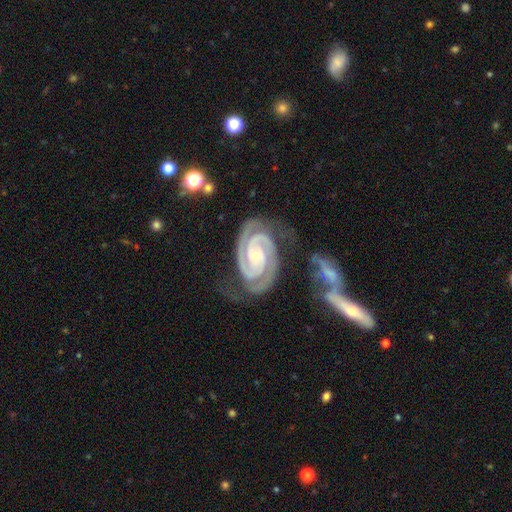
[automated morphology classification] type=featured or disk (94%); edge-on=no (98%); bar=no (59%); spiral arms=yes (99%); winding=tight (78%); arm count=2 (86%); bulge=small (65%); merging=none (67%).